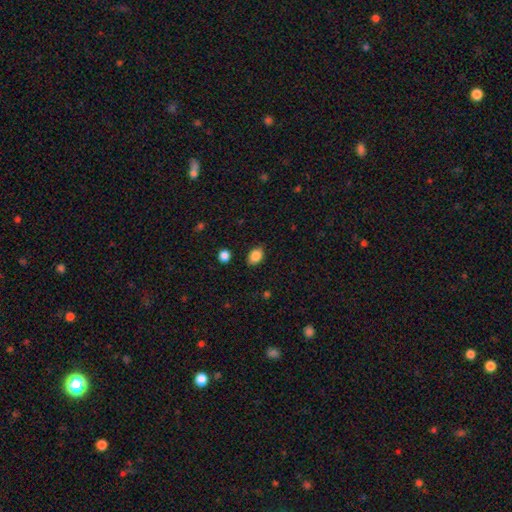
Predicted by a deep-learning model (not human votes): smooth 86%, star or artifact 9%, featured or disk 5%. Down the decision tree: how rounded — in between (78%); merging — none (82%).